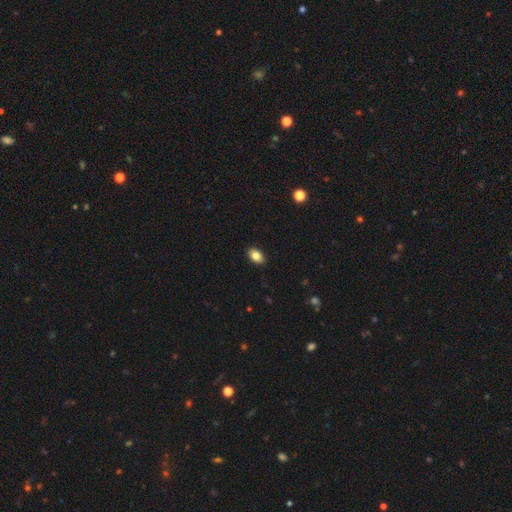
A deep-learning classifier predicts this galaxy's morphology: type=smooth (84%); roundness=in between (89%); merging=none (90%).